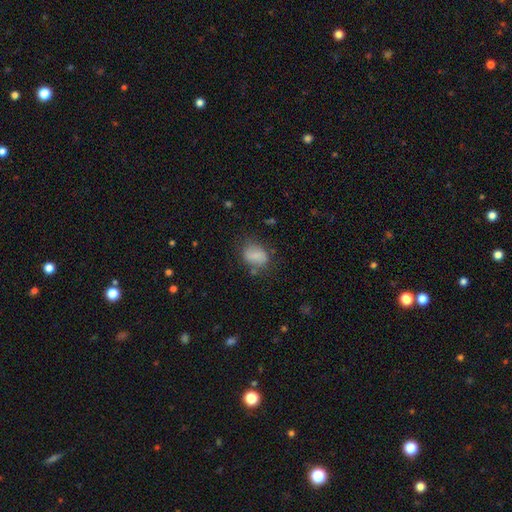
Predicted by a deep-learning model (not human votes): Smooth or featured? smooth (73%)
How rounded? in between (64%)
Merging? none (61%)